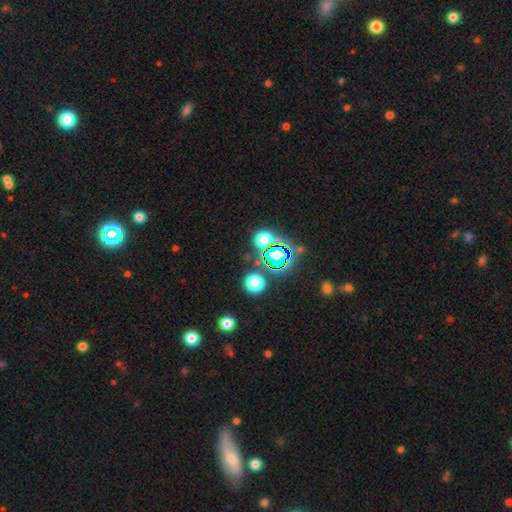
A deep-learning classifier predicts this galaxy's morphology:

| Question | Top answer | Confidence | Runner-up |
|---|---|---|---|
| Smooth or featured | star or artifact | 75% | smooth (16%) |